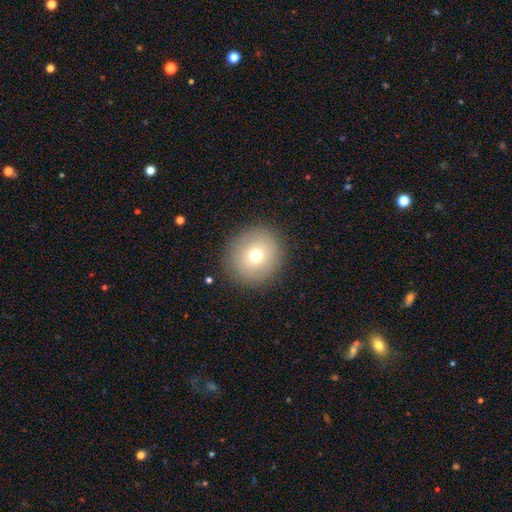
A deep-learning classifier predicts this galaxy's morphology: This is likely a smooth galaxy (72%). How rounded: clearly round (91%). Merging: clearly none (88%).